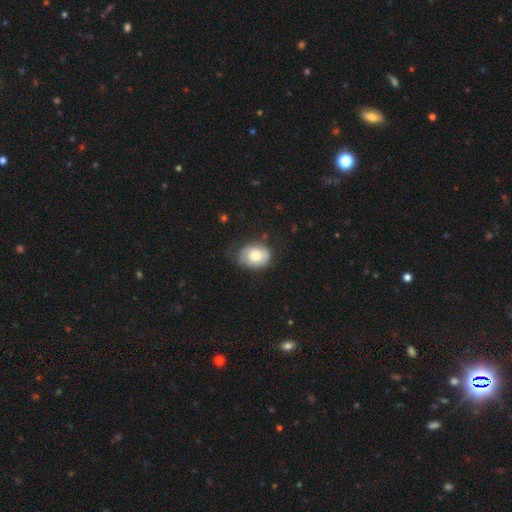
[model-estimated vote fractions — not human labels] smooth_or_featured: smooth (p=0.61) [alt: featured or disk p=0.32]
how_rounded: in between (p=0.54) [alt: round p=0.45]
merging: none (p=0.59) [alt: minor disturbance p=0.30]